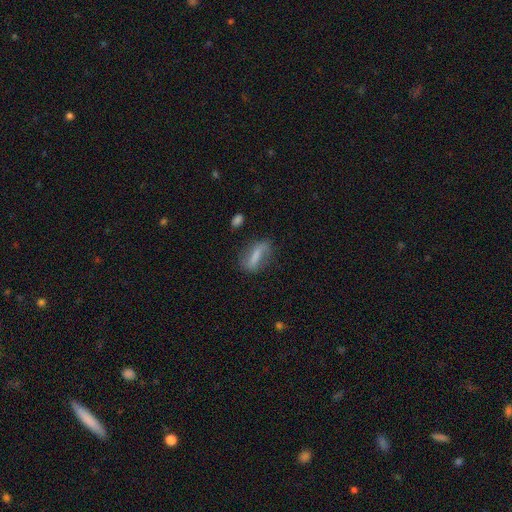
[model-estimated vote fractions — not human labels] smooth_or_featured: smooth (p=0.53) [alt: featured or disk p=0.38]
how_rounded: in between (p=0.51) [alt: cigar-shaped p=0.42]
merging: none (p=0.67) [alt: minor disturbance p=0.21]